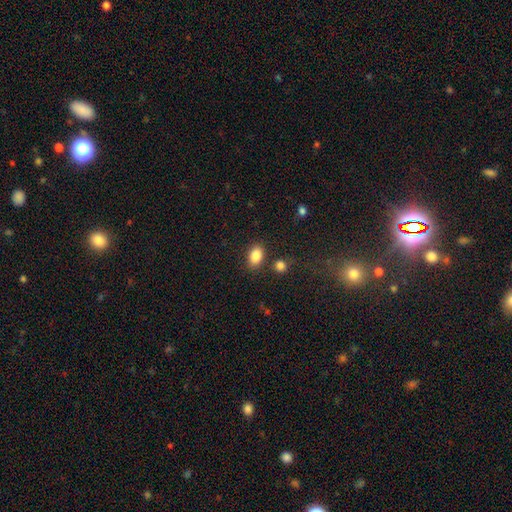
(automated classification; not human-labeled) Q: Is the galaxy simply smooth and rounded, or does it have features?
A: smooth — 86%.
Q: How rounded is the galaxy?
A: in between — 84%.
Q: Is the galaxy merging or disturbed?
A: none — 81%.